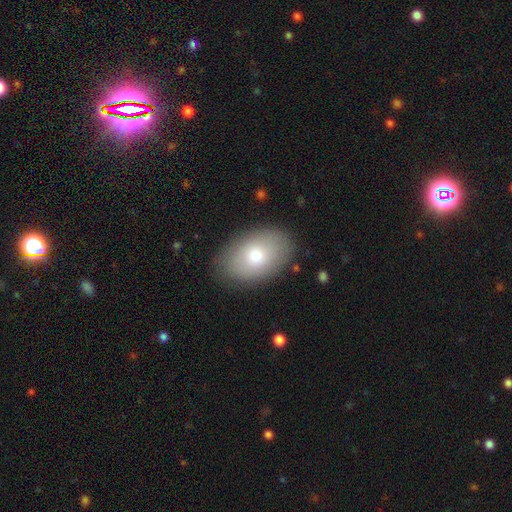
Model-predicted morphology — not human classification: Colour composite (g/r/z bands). It shows a smooth galaxy with no disk features (73%) that is in between round and cigar-shaped (87%). Merging: none (85%).